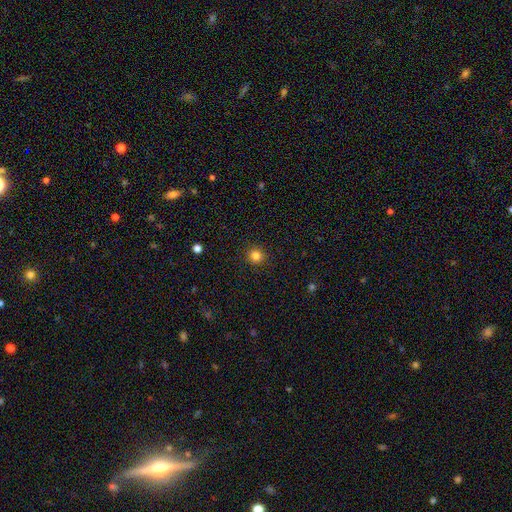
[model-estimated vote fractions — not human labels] smooth-or-featured: smooth: 83% | star or artifact: 13% | featured or disk: 4%
  how-rounded: round: 93% | in between: 6% | cigar-shaped: 1%
  merging: none: 92% | minor disturbance: 5% | major disturbance: 2% | merger: 1%